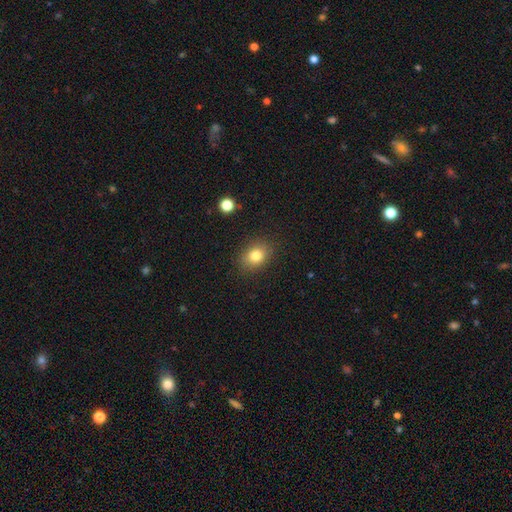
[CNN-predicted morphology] Q: Smooth or featured?
A: smooth (81%); runner-up: star or artifact (11%)
Q: How rounded?
A: in between (58%); runner-up: round (41%)
Q: Merging?
A: none (86%); runner-up: minor disturbance (10%)